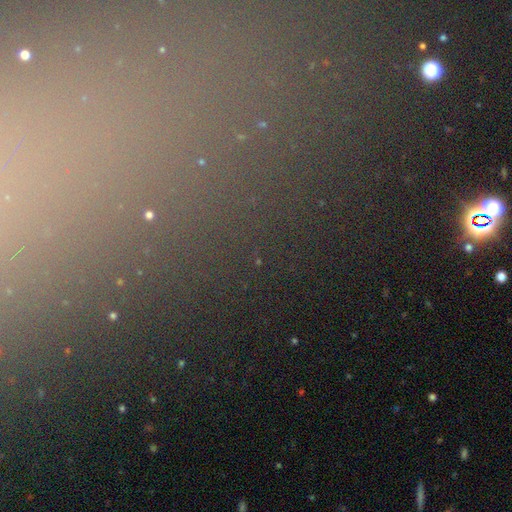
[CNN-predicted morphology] This is likely a star or artifact rather than a galaxy (73%).